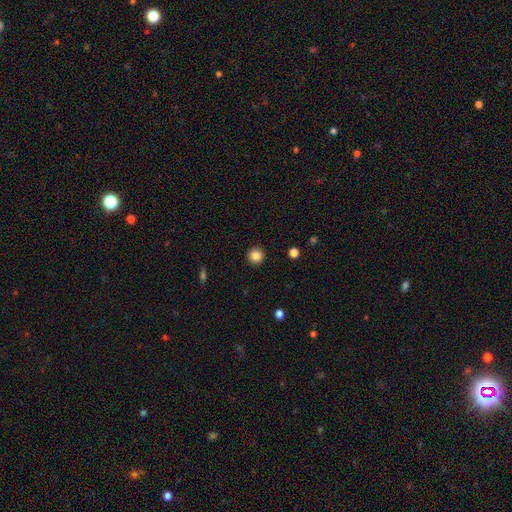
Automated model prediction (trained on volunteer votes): Morphology: type=smooth (86%); roundness=round (95%); merging=none (93%).